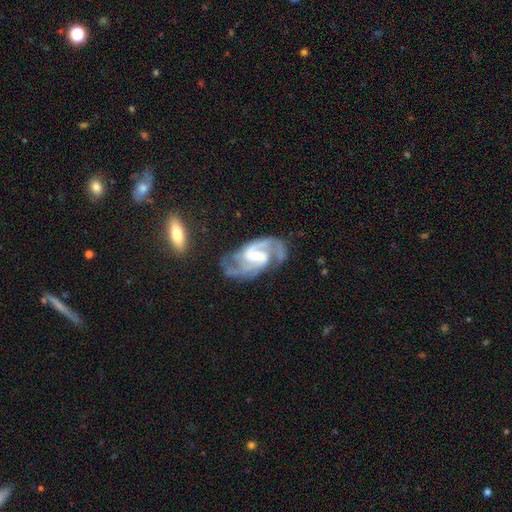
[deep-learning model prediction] smooth_or_featured: featured or disk (p=0.91) [alt: star or artifact p=0.05]
disk_edge_on: no (p=0.97) [alt: yes p=0.03]
bar: weak (p=0.50) [alt: no p=0.30]
has_spiral_arms: yes (p=0.98) [alt: no p=0.02]
spiral_winding: medium (p=0.57) [alt: tight p=0.28]
spiral_arm_count: 2 (p=0.71) [alt: 3 p=0.15]
bulge_size: small (p=0.50) [alt: moderate p=0.42]
merging: none (p=0.67) [alt: minor disturbance p=0.19]